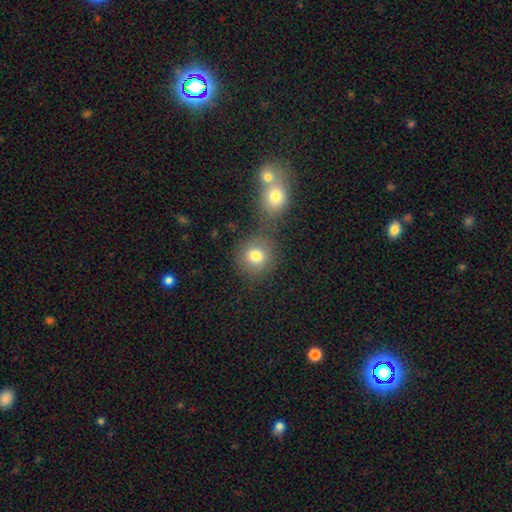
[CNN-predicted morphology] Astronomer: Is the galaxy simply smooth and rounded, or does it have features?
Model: smooth — 79%.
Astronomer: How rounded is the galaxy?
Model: round — 85%.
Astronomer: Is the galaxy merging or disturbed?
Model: none — 60%.